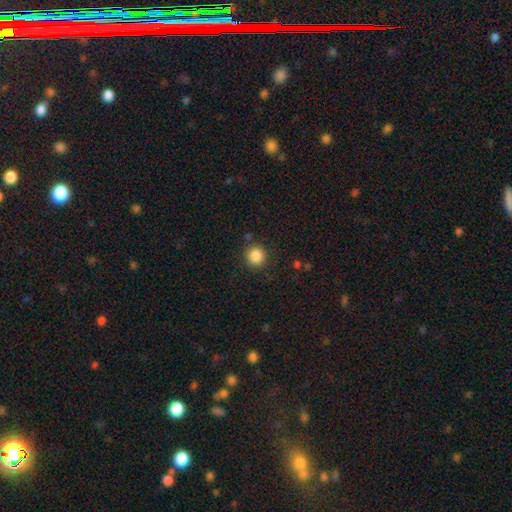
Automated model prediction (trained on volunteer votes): smooth_or_featured: smooth (p=0.87) [alt: star or artifact p=0.10]
how_rounded: round (p=0.92) [alt: in between p=0.07]
merging: none (p=0.87) [alt: minor disturbance p=0.08]